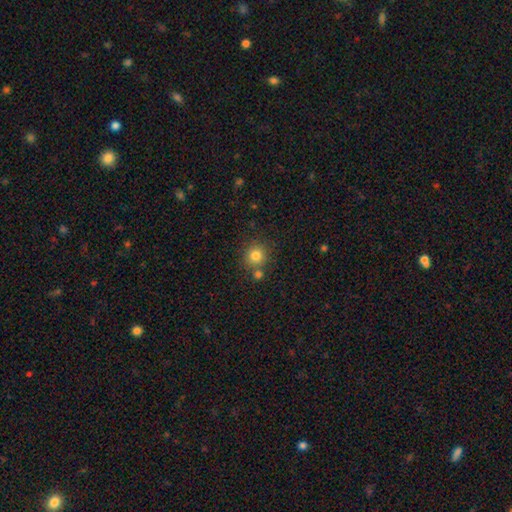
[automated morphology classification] Overall: smooth (81%). How rounded: round (92%). Merging: none (74%).